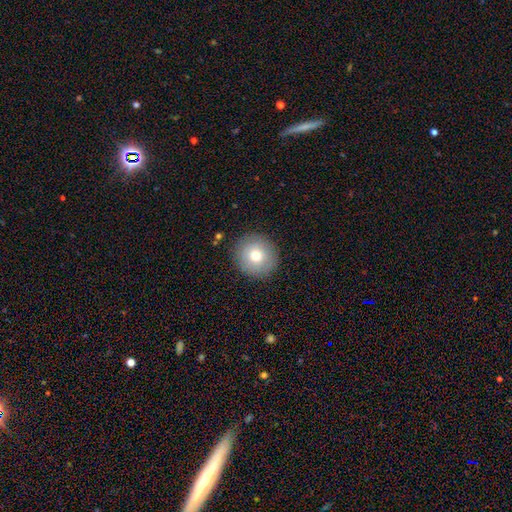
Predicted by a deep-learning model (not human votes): A smooth galaxy with no disk features (74%) that is round (92%).

Vote fractions:
- Smooth or featured? smooth: 74% / featured or disk: 16% / star or artifact: 10%
- How rounded? round: 92% / in between: 7% / cigar-shaped: 1%
- Merging? none: 89% / minor disturbance: 7% / major disturbance: 2% / merger: 1%